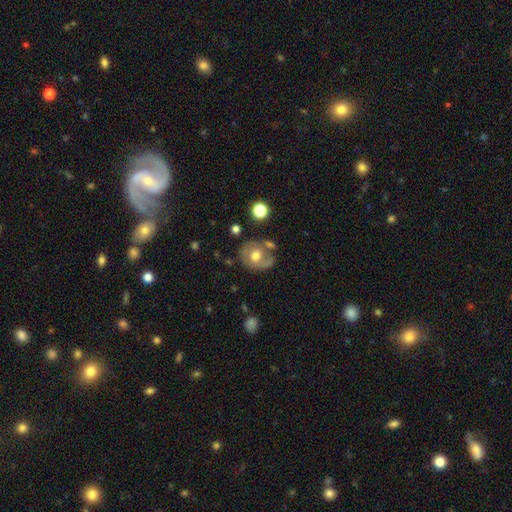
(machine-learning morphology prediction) smooth-or-featured: featured or disk: 52% | smooth: 41% | star or artifact: 8%
  disk-edge-on: no: 96% | yes: 4%
  merging: none: 61% | minor disturbance: 20% | merger: 9% | major disturbance: 9%